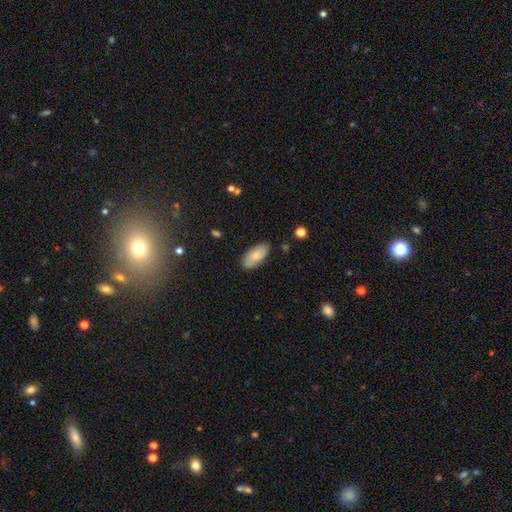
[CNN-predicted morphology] smooth 75%, featured or disk 19%, star or artifact 7%. Down the decision tree: how rounded — in between (91%); merging — none (79%).